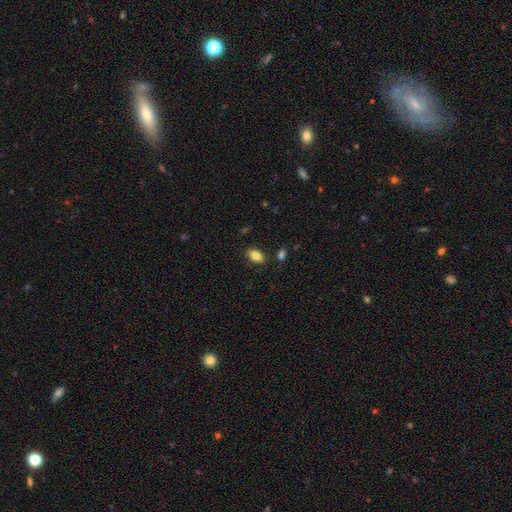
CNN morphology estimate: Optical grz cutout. It shows a smooth galaxy with no disk features (84%) that is in between round and cigar-shaped (90%). Merging: none (85%).